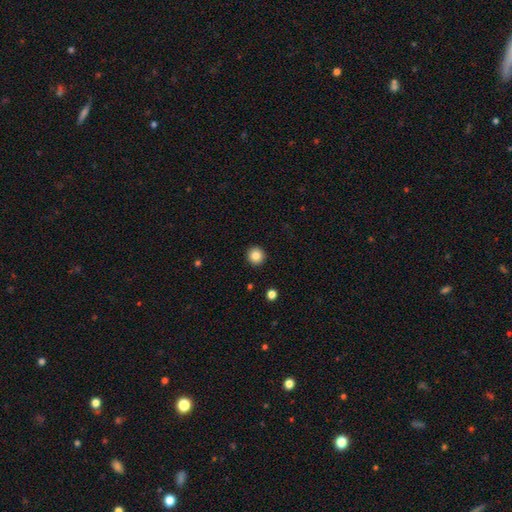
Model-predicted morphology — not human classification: Smooth or featured: smooth — 86% (star or artifact — 10%)
How rounded: round — 94% (in between — 5%)
Merging: none — 93% (minor disturbance — 4%)